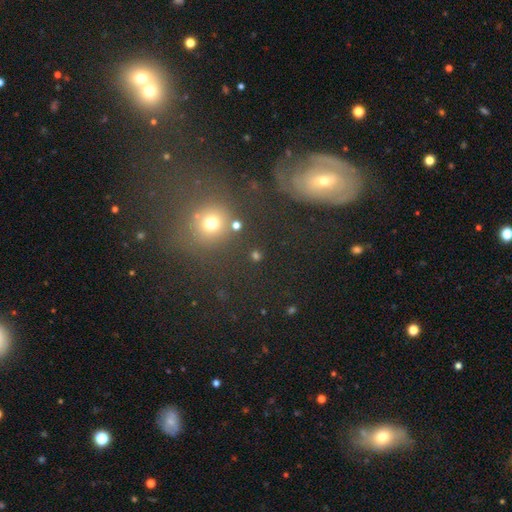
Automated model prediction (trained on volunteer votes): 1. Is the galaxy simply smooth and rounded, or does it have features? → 47% smooth, 30% star or artifact, 23% featured or disk.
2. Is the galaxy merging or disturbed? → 74% none, 11% minor disturbance, 8% merger, 7% major disturbance.